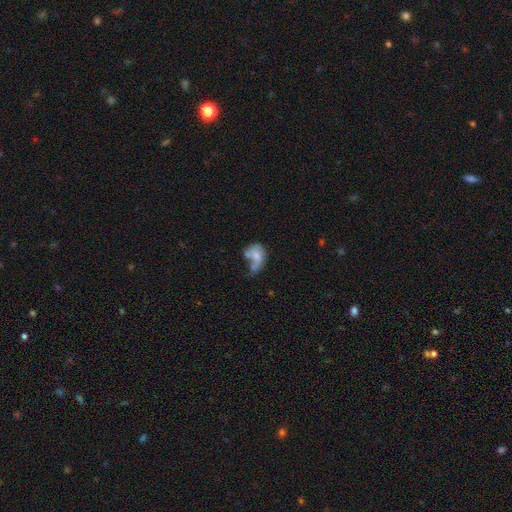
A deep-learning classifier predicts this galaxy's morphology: Smooth or featured: featured or disk — 45% (tied with smooth — 45%)
Merging: major disturbance — 35% (merger — 24%)